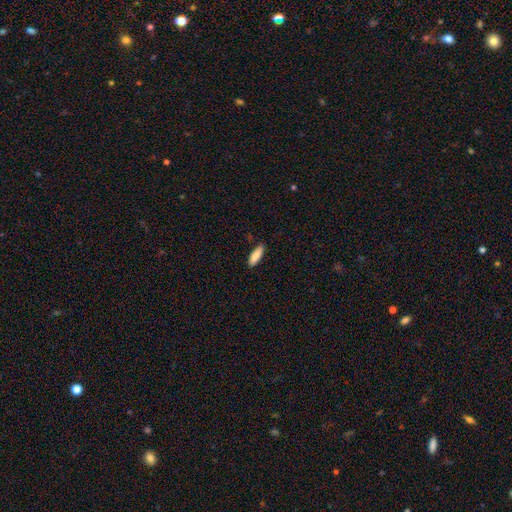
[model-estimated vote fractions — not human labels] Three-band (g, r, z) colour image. It shows a smooth galaxy with no disk features (87%) that is in between round and cigar-shaped (53%). Merging: none (85%).